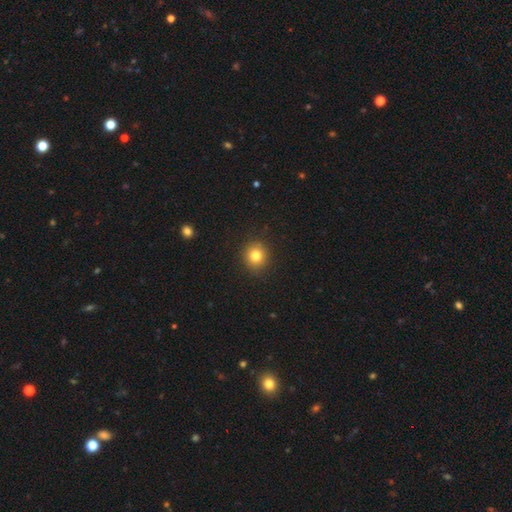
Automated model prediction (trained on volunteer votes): Morphology: type=smooth (81%); roundness=round (87%); merging=none (90%).